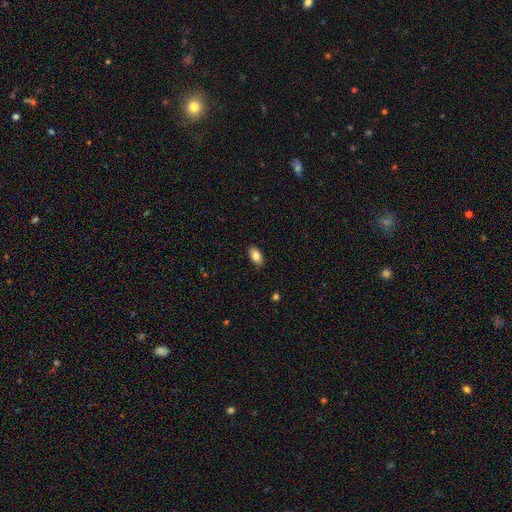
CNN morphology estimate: Q: Smooth or featured?
A: smooth (85%); runner-up: featured or disk (8%)
Q: How rounded?
A: in between (93%); runner-up: round (5%)
Q: Merging?
A: none (86%); runner-up: minor disturbance (11%)